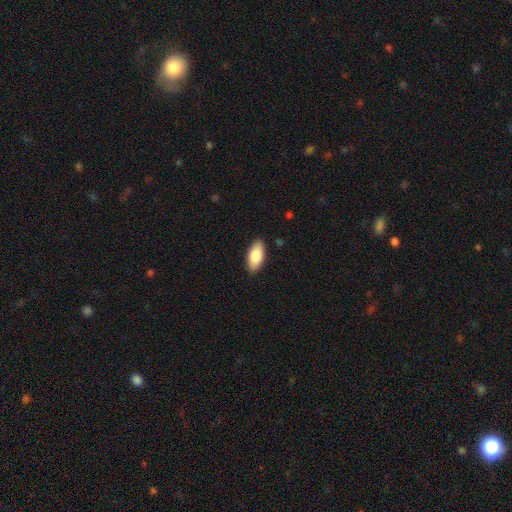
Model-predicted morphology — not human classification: Smooth or featured: smooth — 84% (featured or disk — 10%)
How rounded: in between — 90% (cigar-shaped — 8%)
Merging: none — 89% (minor disturbance — 8%)